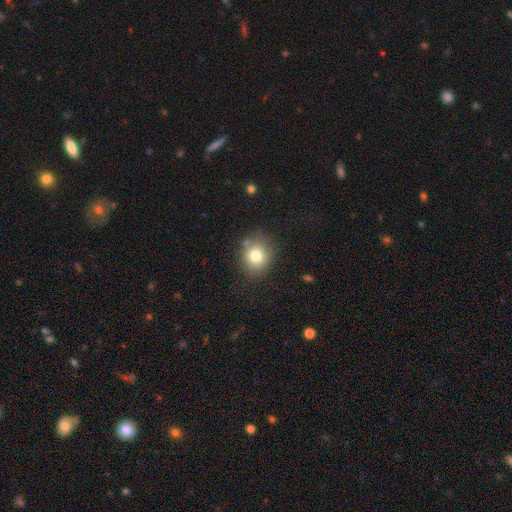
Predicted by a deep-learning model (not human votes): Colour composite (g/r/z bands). It shows a smooth galaxy with no disk features (79%) that is round (72%). Merging: none (79%).